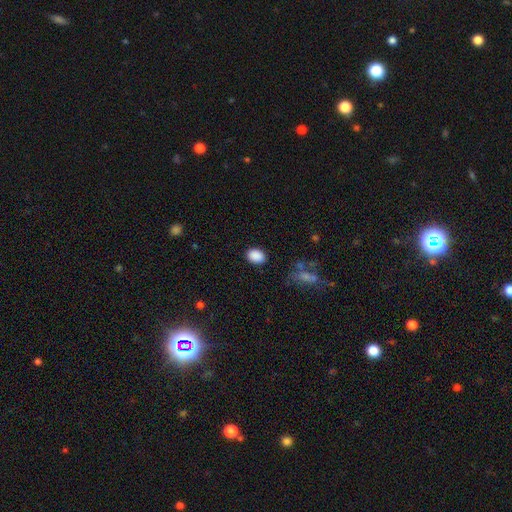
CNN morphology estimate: Smooth or featured?
  - smooth: 88% *
  - star or artifact: 8%
  - featured or disk: 3%
How rounded?
  - in between: 75% *
  - round: 24%
  - cigar-shaped: 1%
Merging?
  - none: 85% *
  - minor disturbance: 10%
  - major disturbance: 3%
  - merger: 2%